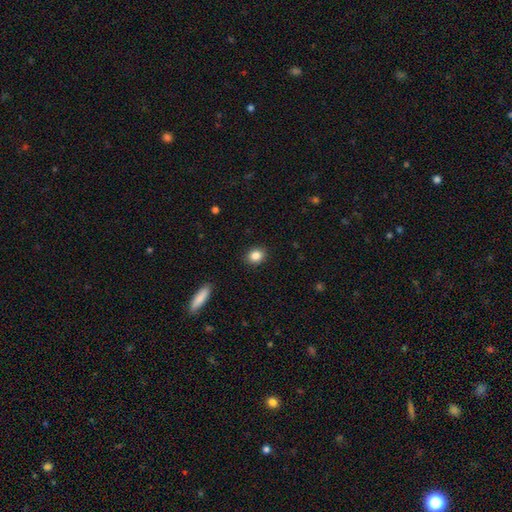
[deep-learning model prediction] Overall: smooth (85%). How rounded: round (59%; in between 40%). Merging: none (91%).